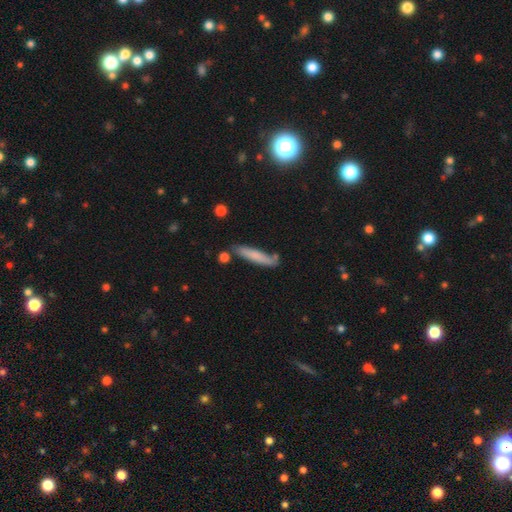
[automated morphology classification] smooth_or_featured: smooth (p=0.72) [alt: featured or disk p=0.22]
how_rounded: cigar-shaped (p=0.90) [alt: in between p=0.09]
merging: none (p=0.73) [alt: minor disturbance p=0.17]